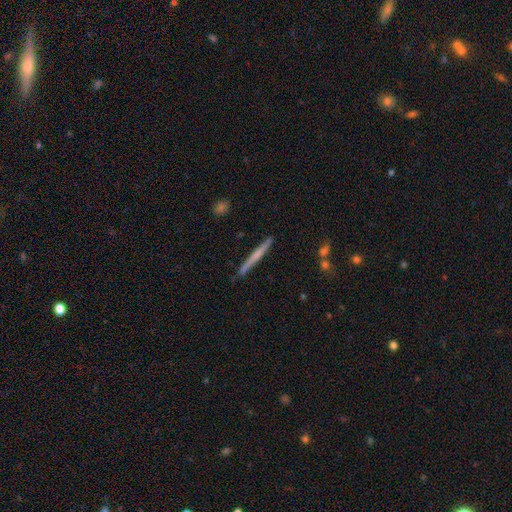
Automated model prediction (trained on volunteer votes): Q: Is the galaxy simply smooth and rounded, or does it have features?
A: featured or disk — 50%.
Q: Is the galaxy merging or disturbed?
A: none — 90%.